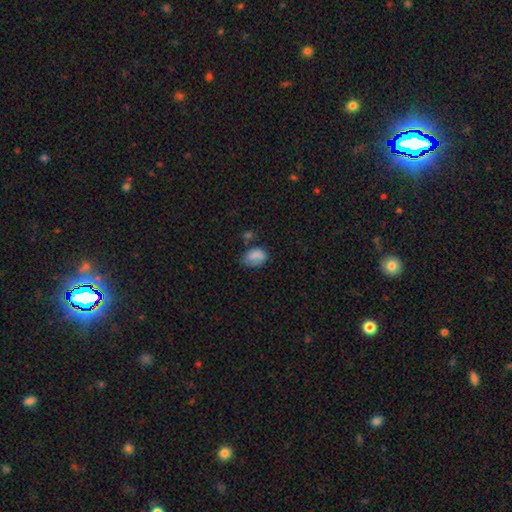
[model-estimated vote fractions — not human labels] Smooth or featured? smooth (78%)
How rounded? in between (79%)
Merging? none (49%)